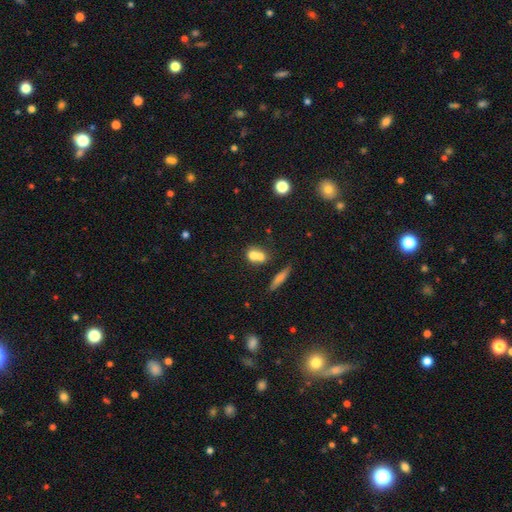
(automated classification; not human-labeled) smooth-or-featured: smooth: 69% | featured or disk: 21% | star or artifact: 11%
  how-rounded: round: 57% | in between: 38% | cigar-shaped: 5%
  merging: merger: 58% | none: 30% | minor disturbance: 8% | major disturbance: 4%